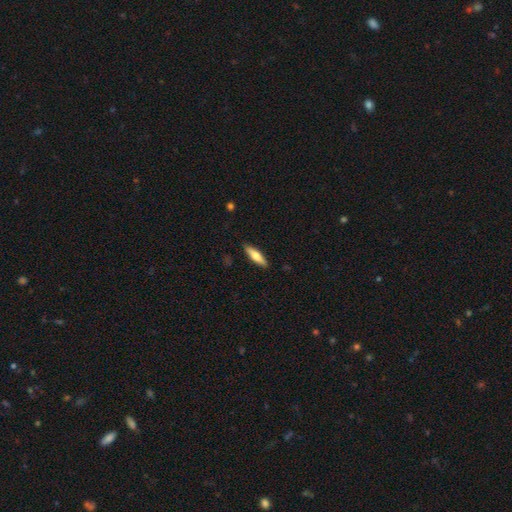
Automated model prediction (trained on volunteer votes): A smooth galaxy with no disk features (64%) that is cigar-shaped (68%).

Vote fractions:
- Smooth or featured? smooth: 64% / featured or disk: 30% / star or artifact: 5%
- How rounded? cigar-shaped: 68% / in between: 30% / round: 2%
- Merging? none: 89% / minor disturbance: 8% / major disturbance: 2% / merger: 1%